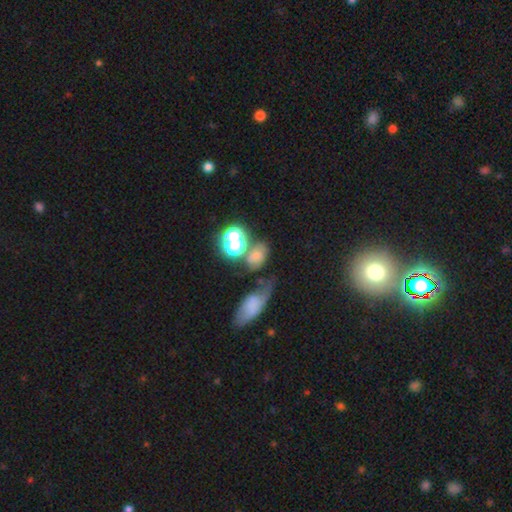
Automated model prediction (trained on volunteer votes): smooth 51%, star or artifact 26%, featured or disk 23%. Down the decision tree: how rounded — in between (64%); merging — none (39%).